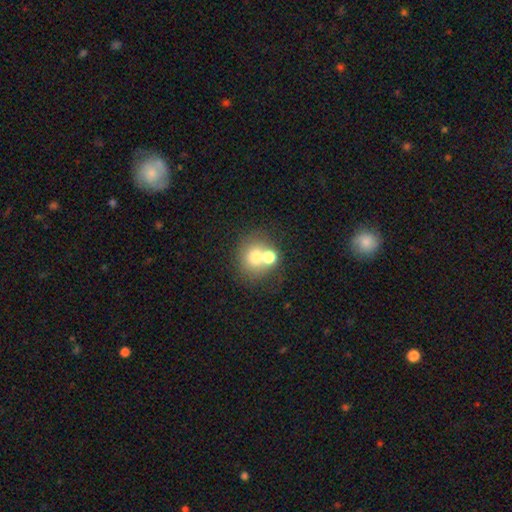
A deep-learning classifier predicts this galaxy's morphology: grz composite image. It shows a smooth galaxy with no disk features (69%) that is round (81%). Merging: none (51%).